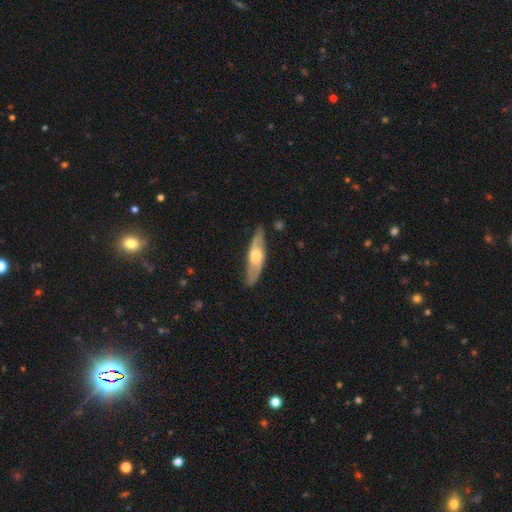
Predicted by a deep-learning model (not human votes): Morphology: type=featured or disk (59%); edge-on=yes (64%); merging=none (82%).